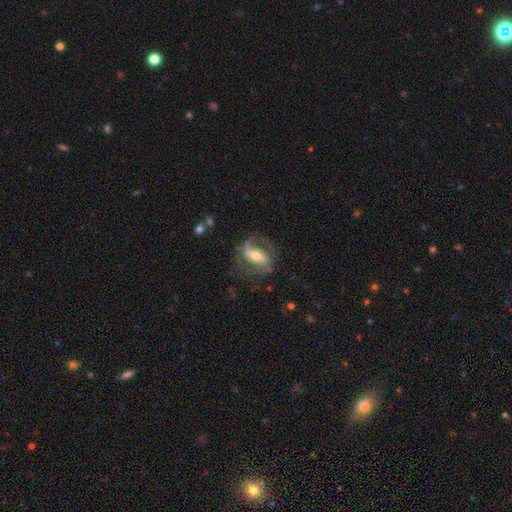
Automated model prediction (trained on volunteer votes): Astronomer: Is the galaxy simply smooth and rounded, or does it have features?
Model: featured or disk — 75%.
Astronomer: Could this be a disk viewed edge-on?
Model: no — 91%.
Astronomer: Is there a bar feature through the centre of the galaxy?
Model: strong — 54%.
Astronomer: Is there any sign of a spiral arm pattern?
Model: yes — 83%.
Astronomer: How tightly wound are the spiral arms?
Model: medium — 46% (runner-up: loose, 33%).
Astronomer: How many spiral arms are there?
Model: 2 — 73%.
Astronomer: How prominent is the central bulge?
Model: moderate — 59%.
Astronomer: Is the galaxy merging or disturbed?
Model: none — 60%.